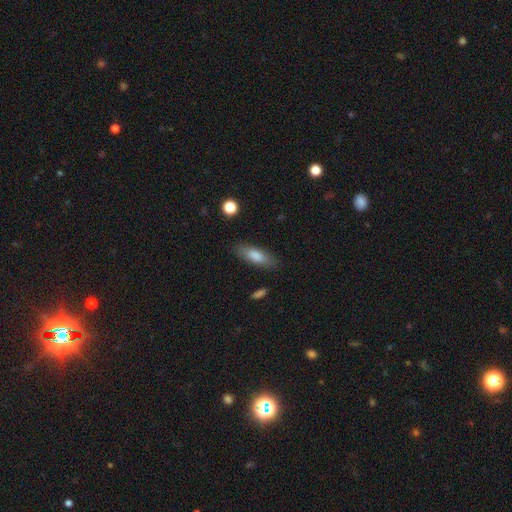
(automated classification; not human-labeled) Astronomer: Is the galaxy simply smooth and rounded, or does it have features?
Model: smooth — 80%.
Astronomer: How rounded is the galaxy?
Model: in between — 56% (runner-up: cigar-shaped, 41%).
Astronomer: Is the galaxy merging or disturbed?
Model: none — 82%.